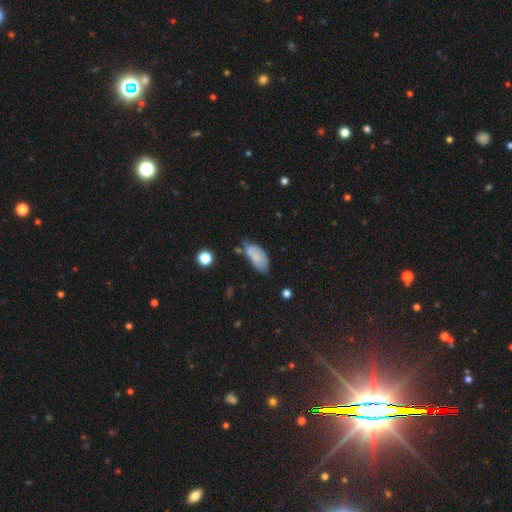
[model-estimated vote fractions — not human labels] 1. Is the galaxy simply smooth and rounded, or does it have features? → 71% smooth, 21% featured or disk, 8% star or artifact.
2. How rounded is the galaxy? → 92% in between, 5% cigar-shaped, 3% round.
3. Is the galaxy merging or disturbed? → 48% none, 35% minor disturbance, 10% major disturbance, 8% merger.